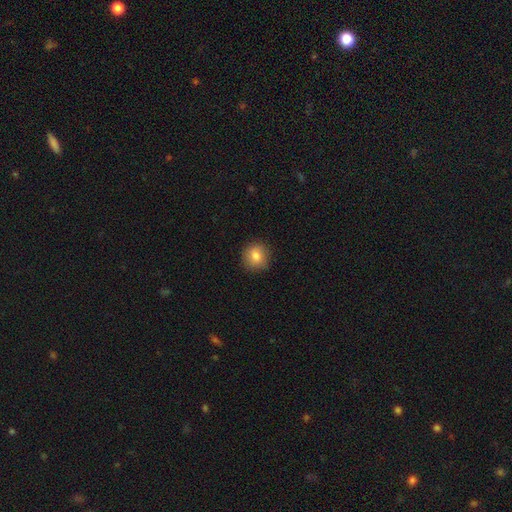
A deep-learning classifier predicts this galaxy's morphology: The model was most divided on "how rounded": round: 86%, in between: 13%, cigar-shaped: 1%. More confident: merging — none (87%); smooth or featured — smooth (83%).